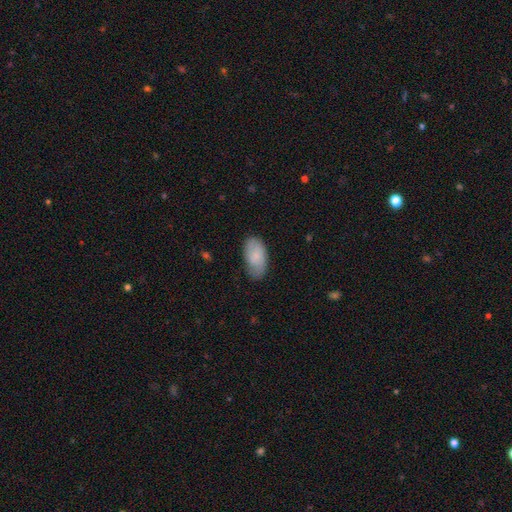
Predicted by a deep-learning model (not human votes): The model was most divided on "smooth or featured": smooth: 70%, featured or disk: 23%, star or artifact: 6%. More confident: how rounded — in between (94%); merging — none (72%).